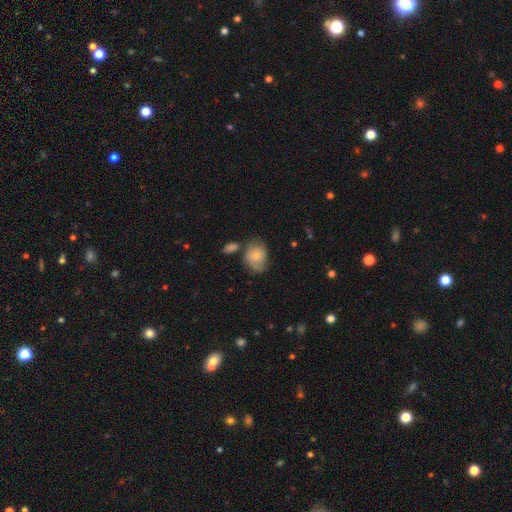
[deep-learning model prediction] smooth-or-featured: smooth: 56% | featured or disk: 36% | star or artifact: 8%
  how-rounded: in between: 54% | round: 45% | cigar-shaped: 1%
  merging: none: 50% | minor disturbance: 29% | major disturbance: 12% | merger: 9%